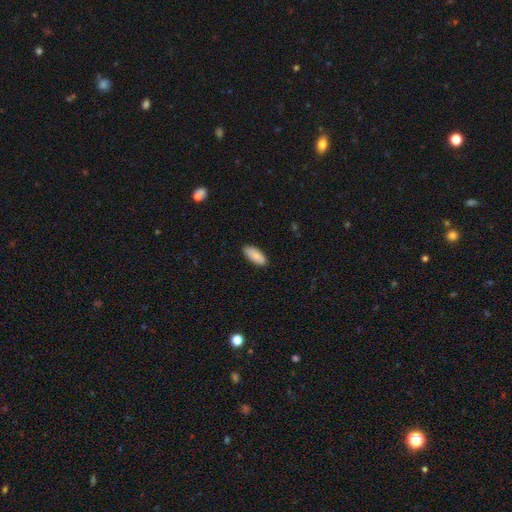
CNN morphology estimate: A smooth galaxy with no disk features (83%) that is in between round and cigar-shaped (86%). Merging: none (88%).